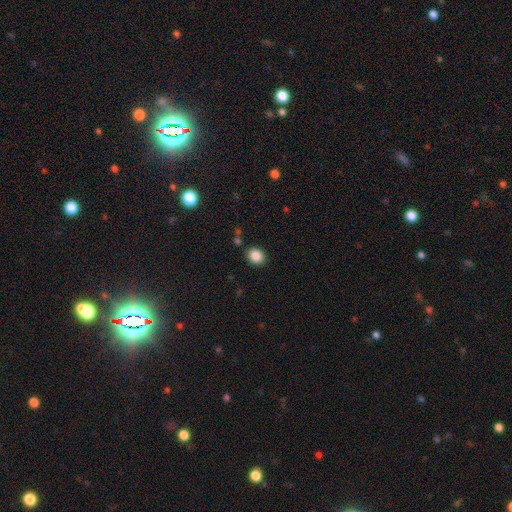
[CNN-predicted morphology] Smooth or featured? Predicted: smooth (p=0.86). How rounded? Predicted: round (p=0.60). Merging? Predicted: none (p=0.86).